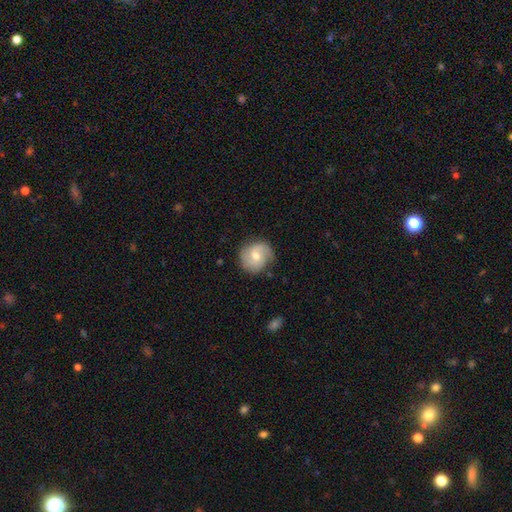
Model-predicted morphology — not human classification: Overall: featured or disk (55%; smooth 38%). Edge-on disk: no (97%). Bar: no (53%; weak 40%). Spiral arms: yes (87%). Bulge size: moderate (64%; small 30%). Merging: none (76%).